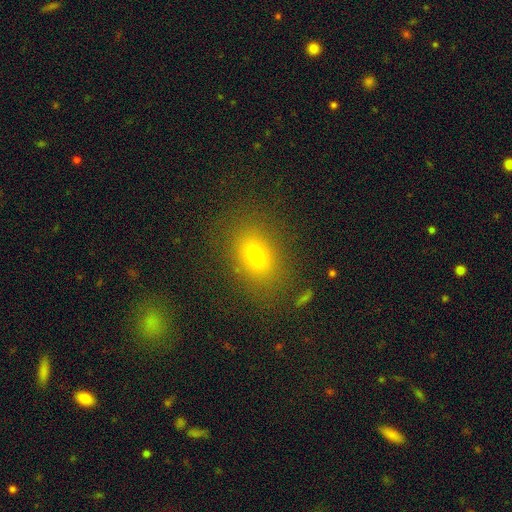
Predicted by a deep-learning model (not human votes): Overall: smooth (71%). How rounded: in between (67%; round 31%). Merging: none (82%).